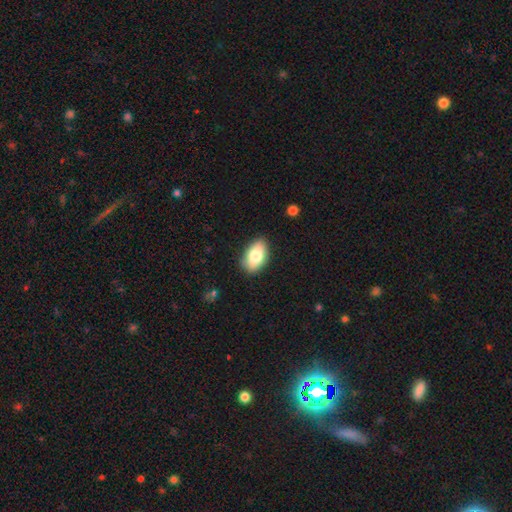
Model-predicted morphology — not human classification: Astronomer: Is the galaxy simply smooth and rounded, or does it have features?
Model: smooth — 81%.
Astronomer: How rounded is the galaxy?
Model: in between — 92%.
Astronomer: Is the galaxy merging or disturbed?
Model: none — 82%.